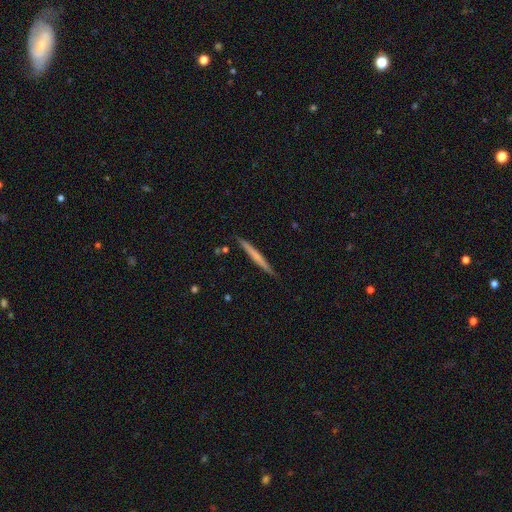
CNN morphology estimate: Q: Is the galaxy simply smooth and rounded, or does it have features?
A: smooth — 52%.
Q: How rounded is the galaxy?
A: cigar-shaped — 97%.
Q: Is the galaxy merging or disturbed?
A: none — 90%.